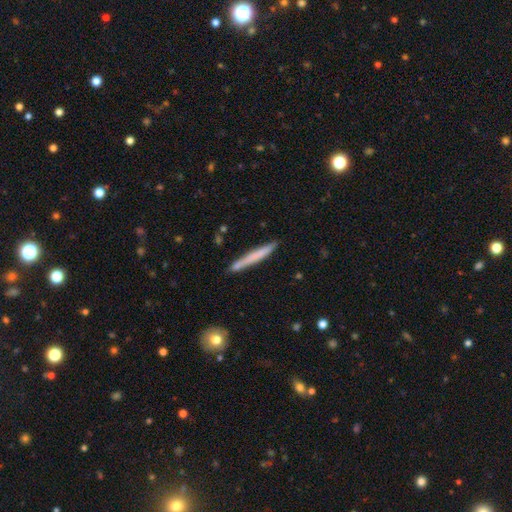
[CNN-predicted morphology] A smooth galaxy with no disk features (64%) that is cigar-shaped (96%).

Vote fractions:
- Smooth or featured? smooth: 64% / featured or disk: 31% / star or artifact: 6%
- How rounded? cigar-shaped: 96% / in between: 2% / round: 1%
- Merging? none: 85% / minor disturbance: 11% / merger: 3% / major disturbance: 2%